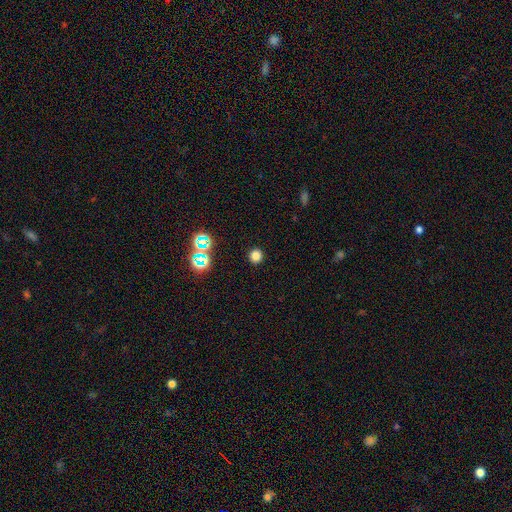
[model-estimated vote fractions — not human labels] Smooth or featured: smooth — 77% (star or artifact — 19%)
How rounded: round — 90% (in between — 9%)
Merging: none — 91% (minor disturbance — 5%)